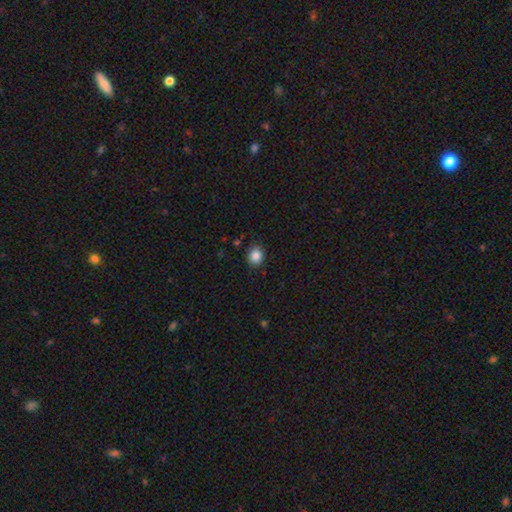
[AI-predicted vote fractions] This is clearly a smooth galaxy (86%). How rounded: likely round (67%). Merging: clearly none (88%).